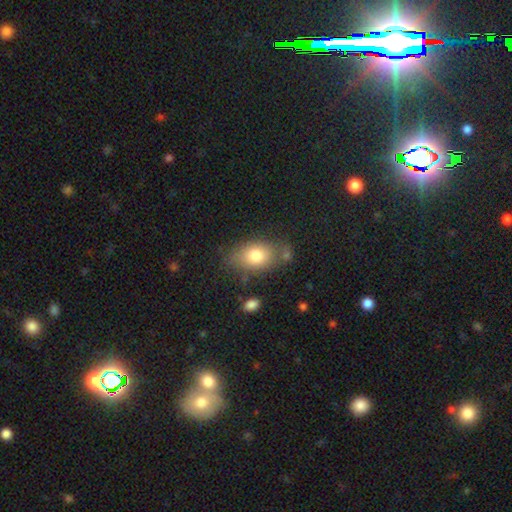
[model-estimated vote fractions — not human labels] Smooth or featured? Predicted: smooth (p=0.78). How rounded? Predicted: in between (p=0.84). Merging? Predicted: none (p=0.67).